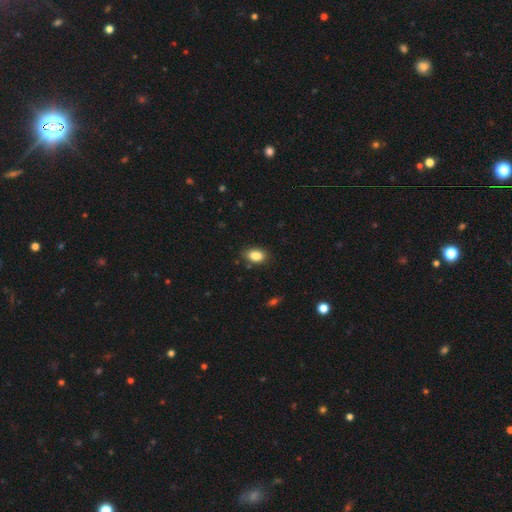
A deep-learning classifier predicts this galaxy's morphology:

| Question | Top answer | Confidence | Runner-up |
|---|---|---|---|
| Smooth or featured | smooth | 87% | star or artifact (8%) |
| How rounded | in between | 86% | round (13%) |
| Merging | none | 83% | minor disturbance (13%) |